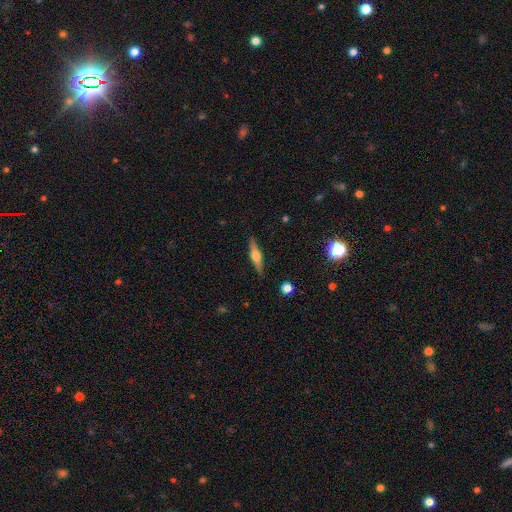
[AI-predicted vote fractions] Morphology: type=featured or disk (66%); edge-on=yes (97%); edge-on bulge=rounded (87%); merging=none (88%).